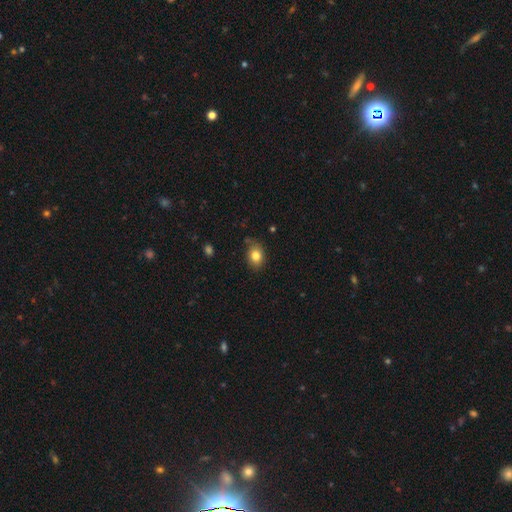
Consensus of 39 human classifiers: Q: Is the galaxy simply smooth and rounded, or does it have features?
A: smooth — 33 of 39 (85%).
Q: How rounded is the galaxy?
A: in between — 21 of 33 (64%).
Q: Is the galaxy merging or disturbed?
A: none — 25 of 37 (68%).